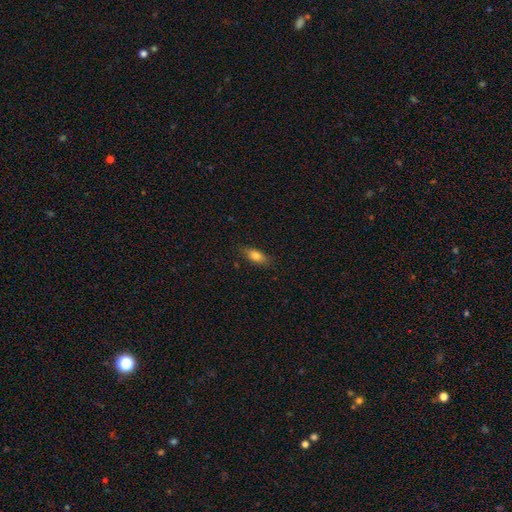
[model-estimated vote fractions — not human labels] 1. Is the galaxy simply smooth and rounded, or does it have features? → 80% smooth, 12% featured or disk, 8% star or artifact.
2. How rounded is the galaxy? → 80% in between, 16% cigar-shaped, 4% round.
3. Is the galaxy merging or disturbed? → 82% none, 14% minor disturbance, 3% major disturbance, 1% merger.